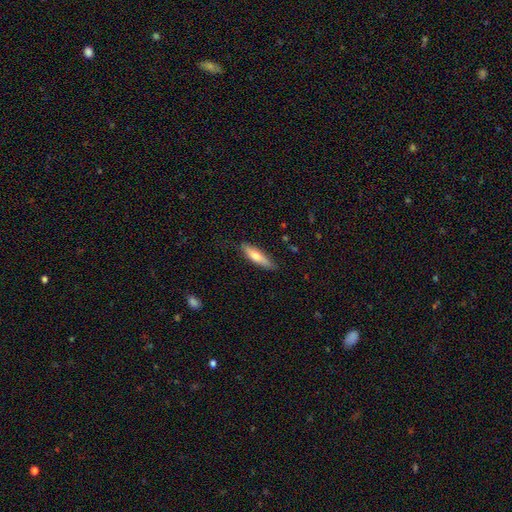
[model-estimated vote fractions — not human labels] Smooth or featured? smooth (65%)
How rounded? cigar-shaped (71%)
Merging? none (83%)